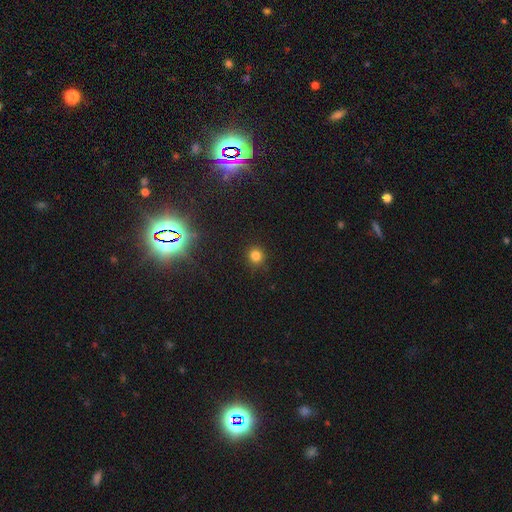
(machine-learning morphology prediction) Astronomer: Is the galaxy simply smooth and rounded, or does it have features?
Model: smooth — 80%.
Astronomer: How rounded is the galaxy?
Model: round — 92%.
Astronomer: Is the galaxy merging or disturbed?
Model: none — 90%.